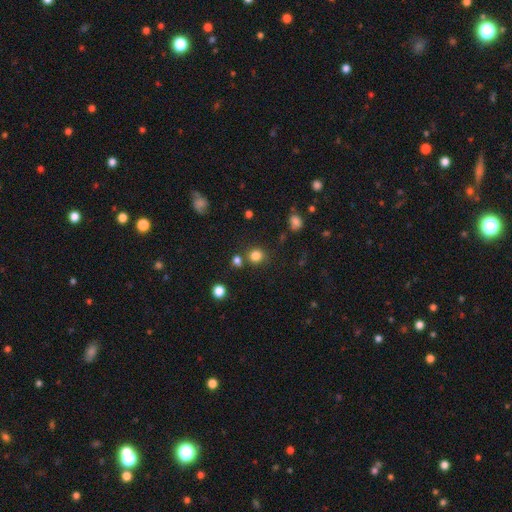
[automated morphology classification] This appears to be a smooth galaxy with no disk features (80%) that is round (83%). Merging: none (76%).